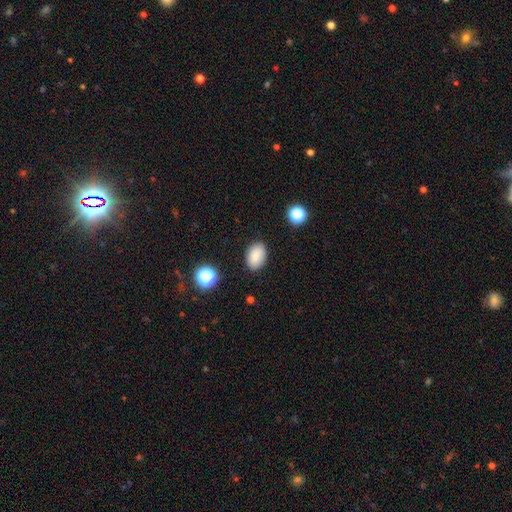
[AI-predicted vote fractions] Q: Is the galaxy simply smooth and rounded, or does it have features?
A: smooth — 85%.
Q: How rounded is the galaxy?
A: in between — 87%.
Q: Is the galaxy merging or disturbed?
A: none — 86%.